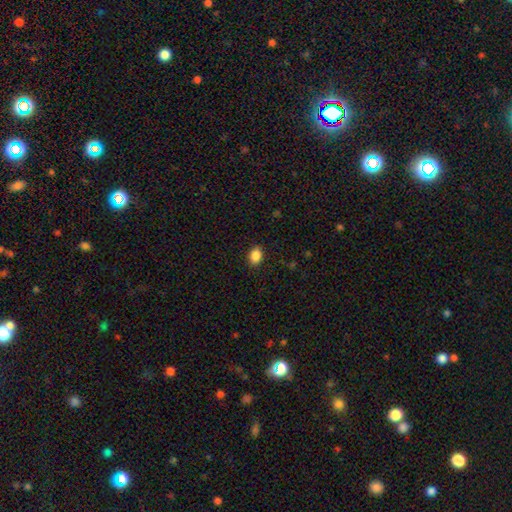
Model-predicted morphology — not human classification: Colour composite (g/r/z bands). It shows a smooth galaxy with no disk features (88%) that is in between round and cigar-shaped (72%). Merging: none (89%).